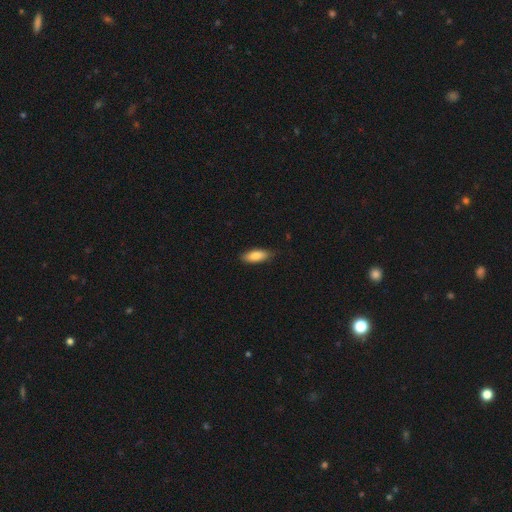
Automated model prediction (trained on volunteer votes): This is clearly a smooth galaxy (83%). How rounded: likely in between (72%). Merging: clearly none (84%).